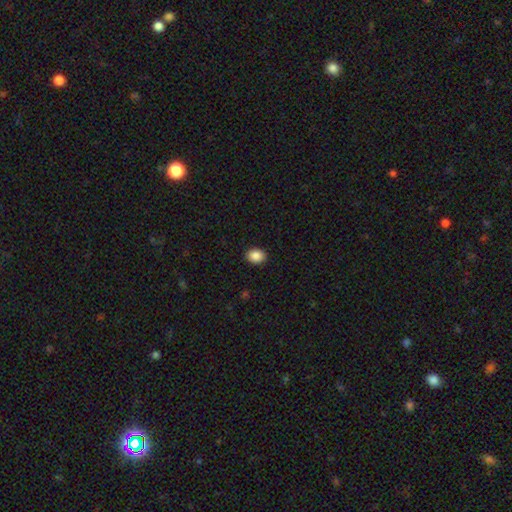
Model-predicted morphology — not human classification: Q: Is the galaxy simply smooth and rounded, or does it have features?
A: smooth — 89%.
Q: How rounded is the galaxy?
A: in between — 58%.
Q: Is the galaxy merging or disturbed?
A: none — 91%.